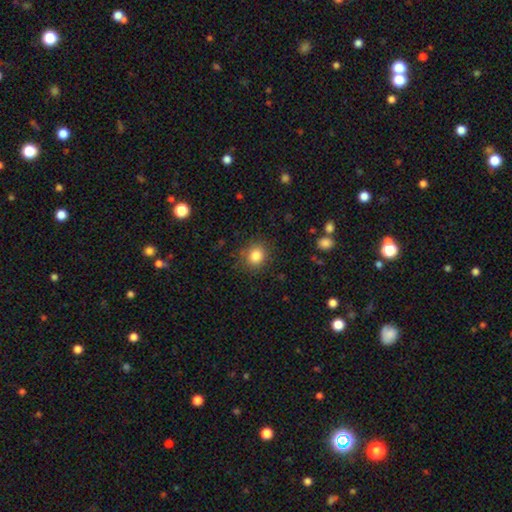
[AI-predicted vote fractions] Smooth or featured? smooth (83%)
How rounded? round (78%)
Merging? none (84%)